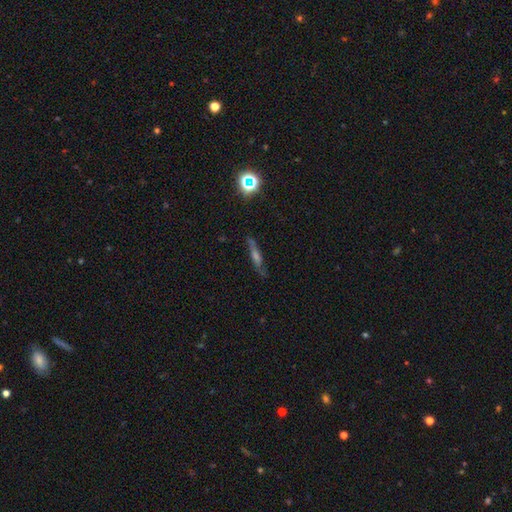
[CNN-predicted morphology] Smooth or featured?
  - featured or disk: 58% *
  - smooth: 25%
  - star or artifact: 17%
Edge-on disk?
  - yes: 77% *
  - no: 23%
Merging?
  - none: 79% *
  - minor disturbance: 14%
  - major disturbance: 5%
  - merger: 2%